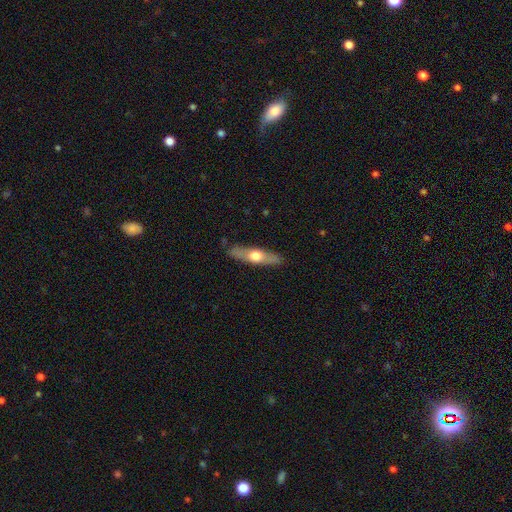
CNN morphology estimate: smooth-or-featured: featured or disk: 48% | smooth: 46% | star or artifact: 5%
  merging: none: 86% | minor disturbance: 10% | major disturbance: 2% | merger: 1%